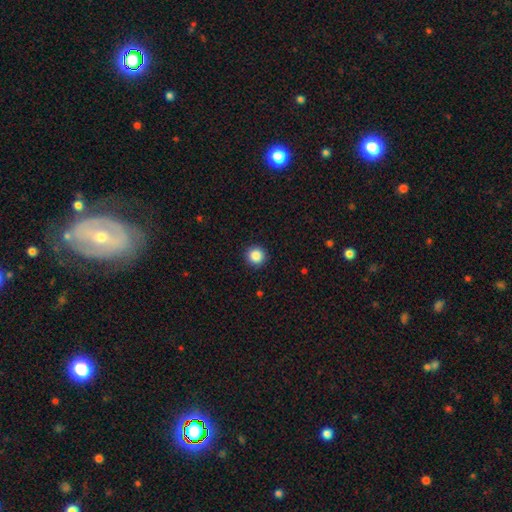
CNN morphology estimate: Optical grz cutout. It shows a smooth galaxy with no disk features (87%) that is round (96%). Merging: none (92%).